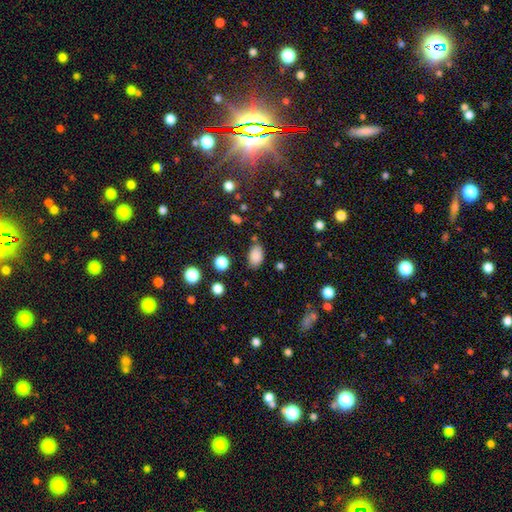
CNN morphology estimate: The model was most divided on "merging": none: 78%, minor disturbance: 15%, major disturbance: 4%, merger: 4%. More confident: how rounded — in between (87%); smooth or featured — smooth (85%).